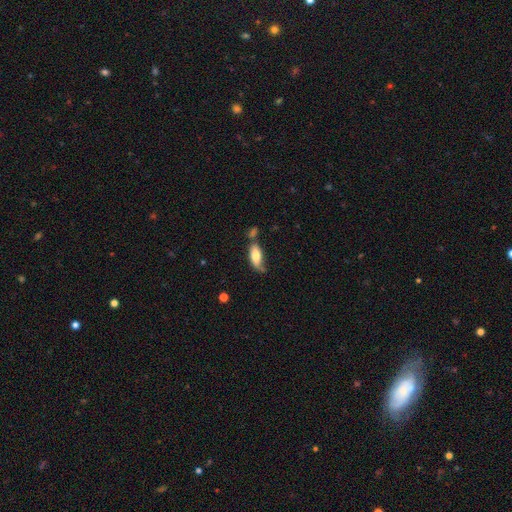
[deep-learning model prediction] This appears to be a smooth galaxy with no disk features (72%) that is in between round and cigar-shaped (82%). Merging: none (48%).